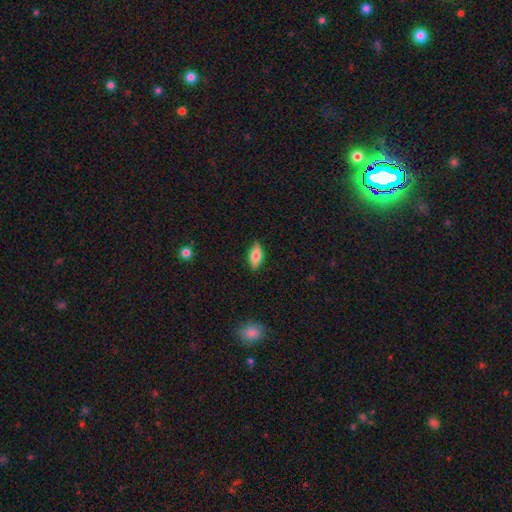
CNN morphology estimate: A smooth galaxy with no disk features (74%) that is in between round and cigar-shaped (79%). Merging: none (87%).